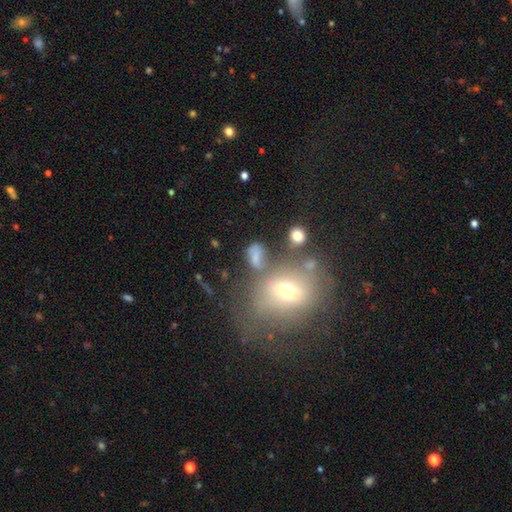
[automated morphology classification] Q: Smooth or featured?
A: smooth (66%); runner-up: star or artifact (17%)
Q: How rounded?
A: in between (72%); runner-up: round (23%)
Q: Merging?
A: none (48%); runner-up: merger (20%)